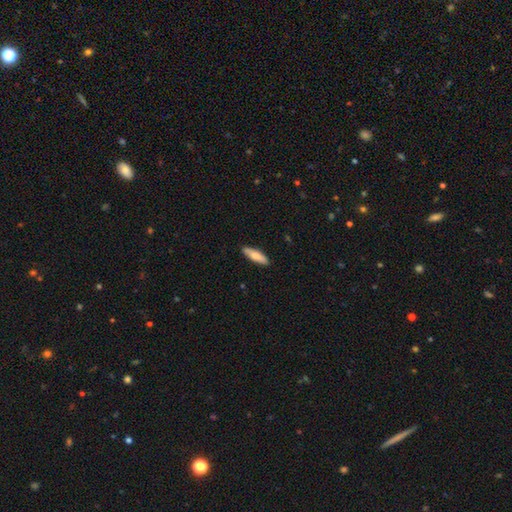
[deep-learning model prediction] Overall: smooth (76%). How rounded: cigar-shaped (61%; in between 37%). Merging: none (87%).